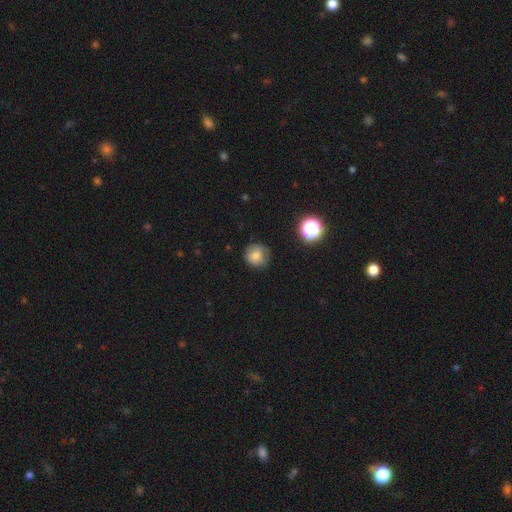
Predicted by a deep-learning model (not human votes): smooth_or_featured: smooth (p=0.79) [alt: star or artifact p=0.12]
how_rounded: round (p=0.89) [alt: in between p=0.10]
merging: none (p=0.77) [alt: minor disturbance p=0.17]